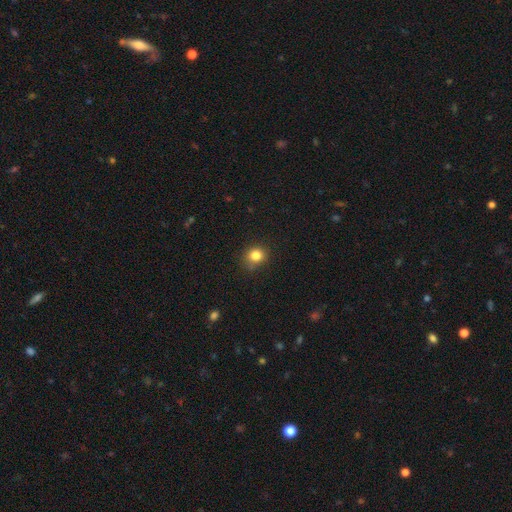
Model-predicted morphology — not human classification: The model was most divided on "how rounded": round: 82%, in between: 17%, cigar-shaped: 1%. More confident: merging — none (83%); smooth or featured — smooth (82%).